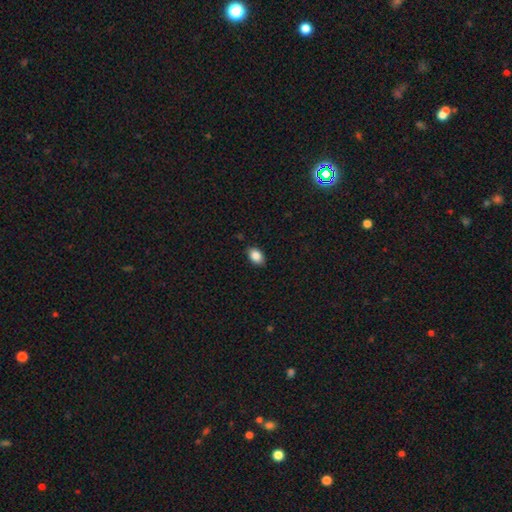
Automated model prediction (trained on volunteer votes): smooth_or_featured: smooth (p=0.86) [alt: star or artifact p=0.08]
how_rounded: in between (p=0.88) [alt: round p=0.11]
merging: none (p=0.86) [alt: minor disturbance p=0.11]